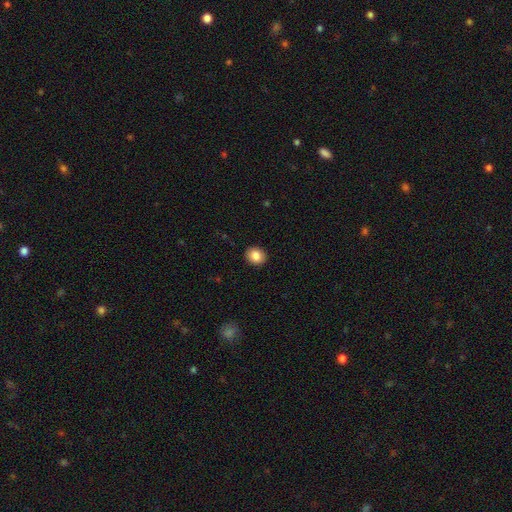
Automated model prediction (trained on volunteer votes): This appears to be a smooth galaxy with no disk features (85%) that is round (70%). Merging: none (92%).